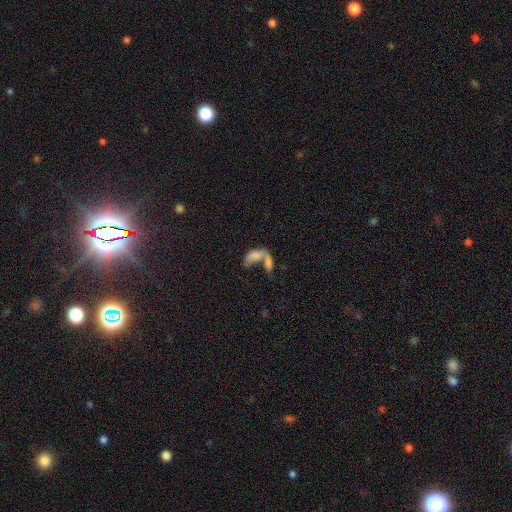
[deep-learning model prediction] Smooth or featured? Predicted: smooth (p=0.67). How rounded? Predicted: in between (p=0.82). Merging? Predicted: merger (p=0.70).